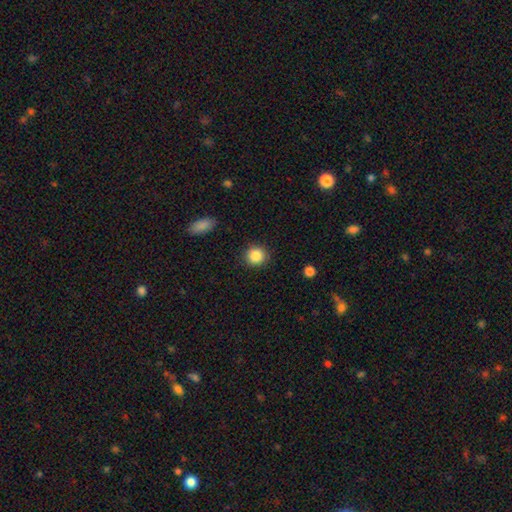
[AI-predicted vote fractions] smooth_or_featured: smooth (p=0.87) [alt: star or artifact p=0.09]
how_rounded: round (p=0.90) [alt: in between p=0.09]
merging: none (p=0.90) [alt: minor disturbance p=0.07]